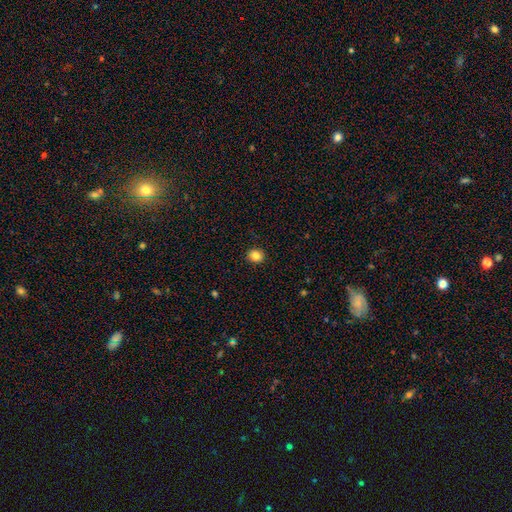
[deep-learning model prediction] This is clearly a smooth galaxy (84%). How rounded: likely round (73%). Merging: clearly none (91%).